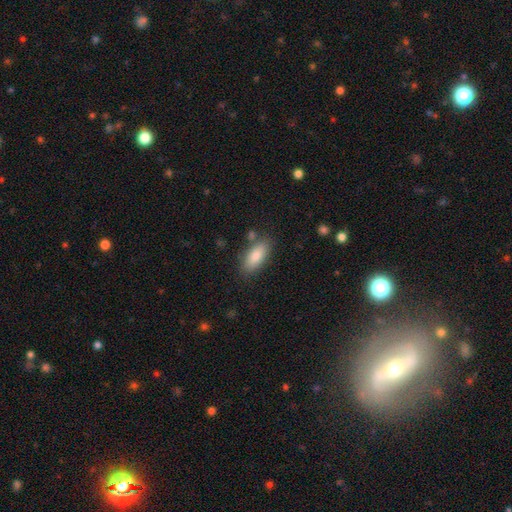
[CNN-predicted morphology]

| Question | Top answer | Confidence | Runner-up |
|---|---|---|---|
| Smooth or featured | smooth | 84% | featured or disk (9%) |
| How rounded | in between | 83% | cigar-shaped (14%) |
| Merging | none | 81% | minor disturbance (12%) |